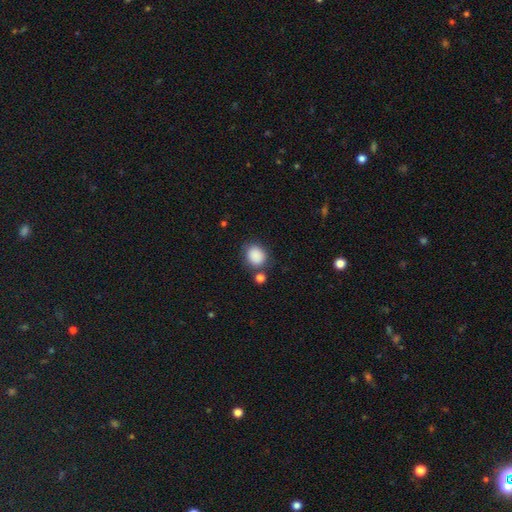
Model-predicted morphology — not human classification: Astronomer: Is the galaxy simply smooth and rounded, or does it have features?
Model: smooth — 87%.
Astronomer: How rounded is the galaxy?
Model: round — 60% (runner-up: in between, 39%).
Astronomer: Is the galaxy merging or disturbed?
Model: none — 73%.